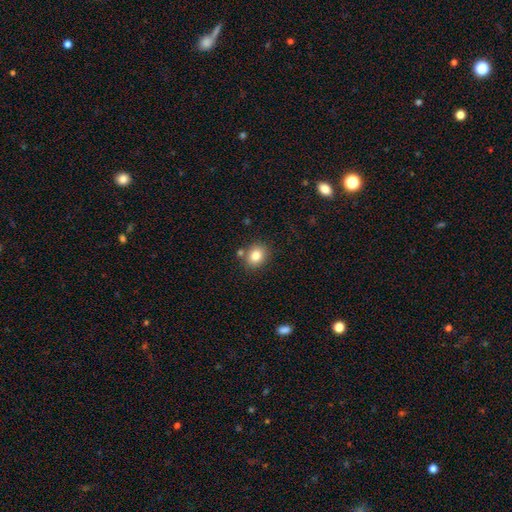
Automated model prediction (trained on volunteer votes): Smooth or featured? smooth (81%)
How rounded? round (64%)
Merging? none (79%)